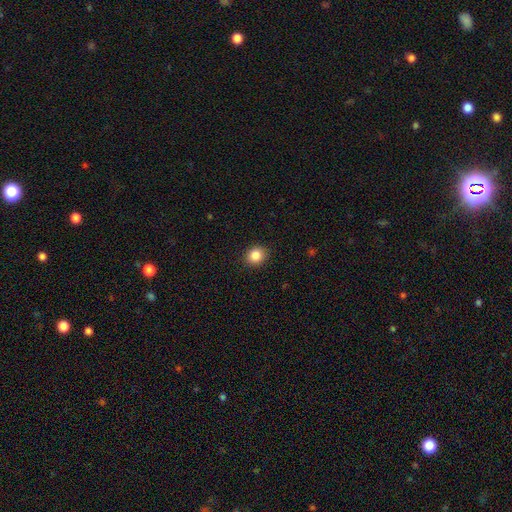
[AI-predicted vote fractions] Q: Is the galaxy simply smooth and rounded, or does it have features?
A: smooth — 85%.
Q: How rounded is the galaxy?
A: round — 77%.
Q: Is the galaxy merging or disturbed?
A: none — 91%.